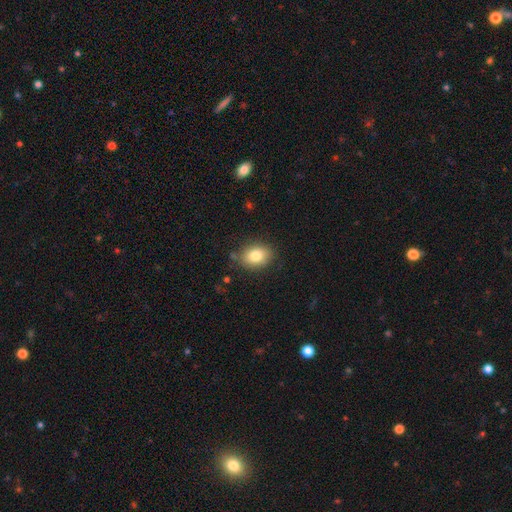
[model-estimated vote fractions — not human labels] smooth_or_featured: smooth (p=0.82) [alt: featured or disk p=0.09]
how_rounded: in between (p=0.70) [alt: round p=0.29]
merging: none (p=0.81) [alt: minor disturbance p=0.13]